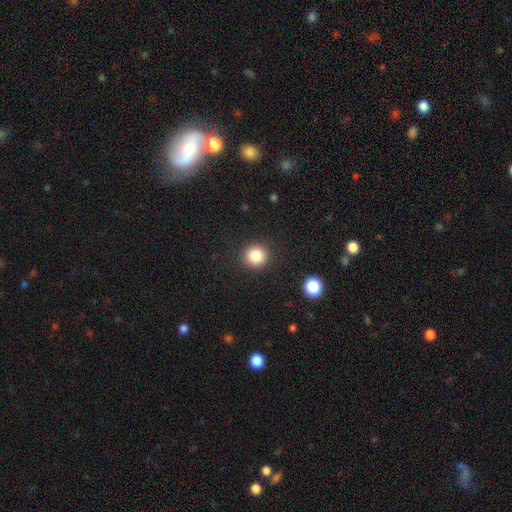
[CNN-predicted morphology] Overall: smooth (84%). How rounded: round (92%). Merging: none (91%).